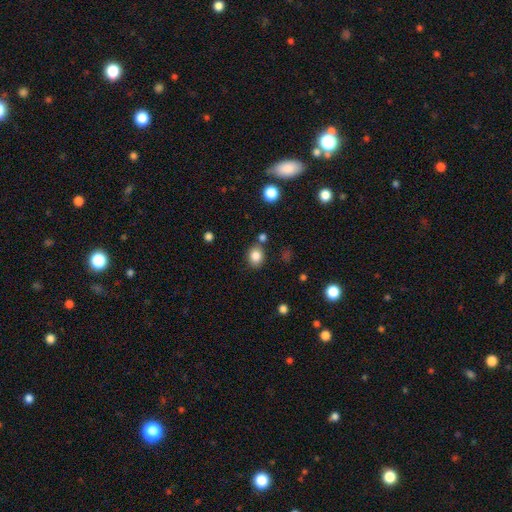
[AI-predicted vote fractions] Overall: smooth (84%). How rounded: round (59%; in between 41%). Merging: none (78%).